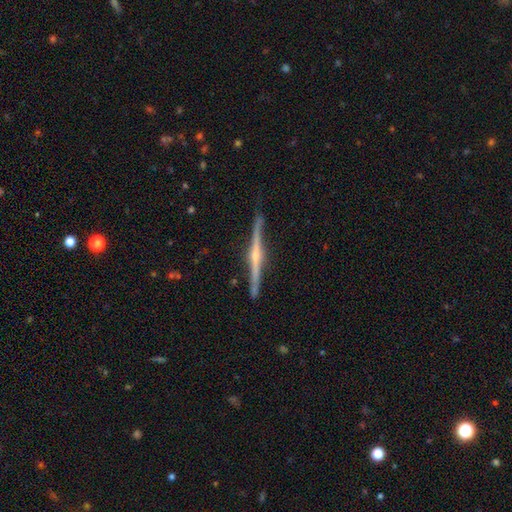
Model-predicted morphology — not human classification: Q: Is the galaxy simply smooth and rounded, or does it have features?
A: featured or disk — 85%.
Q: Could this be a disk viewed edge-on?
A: yes — 98%.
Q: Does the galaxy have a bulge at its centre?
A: rounded — 79%.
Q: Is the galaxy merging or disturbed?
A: none — 87%.